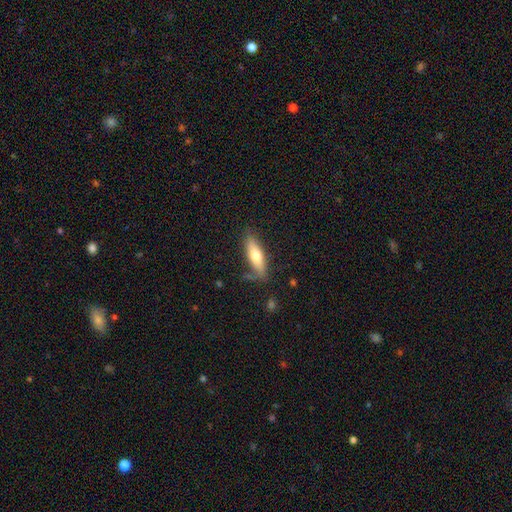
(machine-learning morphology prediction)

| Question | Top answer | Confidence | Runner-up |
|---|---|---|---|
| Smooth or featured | smooth | 65% | featured or disk (29%) |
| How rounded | cigar-shaped | 50% | in between (47%) |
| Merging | none | 74% | minor disturbance (18%) |